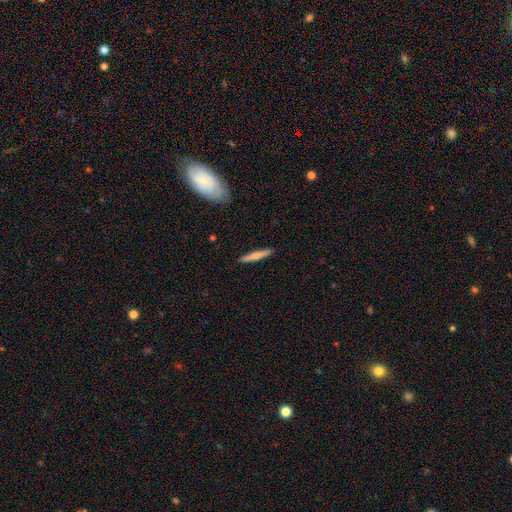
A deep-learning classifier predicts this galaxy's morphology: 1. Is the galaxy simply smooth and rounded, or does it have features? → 61% smooth, 33% featured or disk, 6% star or artifact.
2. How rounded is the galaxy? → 94% cigar-shaped, 5% in between, 2% round.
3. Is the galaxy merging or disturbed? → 91% none, 6% minor disturbance, 1% major disturbance, 1% merger.